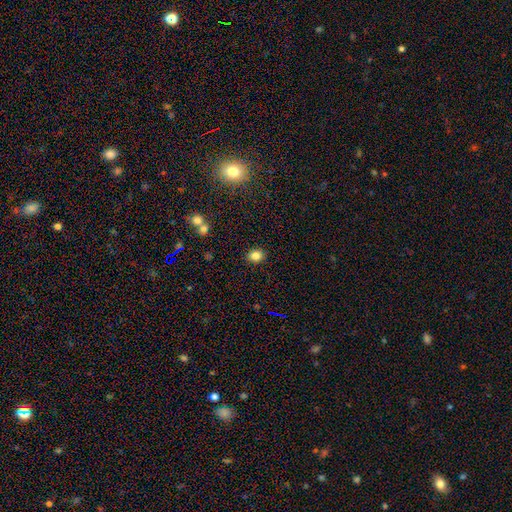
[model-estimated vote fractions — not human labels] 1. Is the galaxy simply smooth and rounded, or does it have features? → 83% smooth, 11% star or artifact, 6% featured or disk.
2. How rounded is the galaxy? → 50% in between, 49% round, 1% cigar-shaped.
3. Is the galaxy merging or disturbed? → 88% none, 8% minor disturbance, 2% major disturbance, 2% merger.